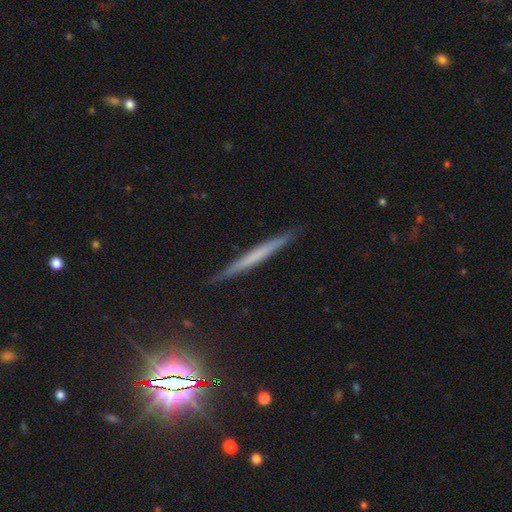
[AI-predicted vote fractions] Smooth or featured? featured or disk (45%)
Merging? none (90%)